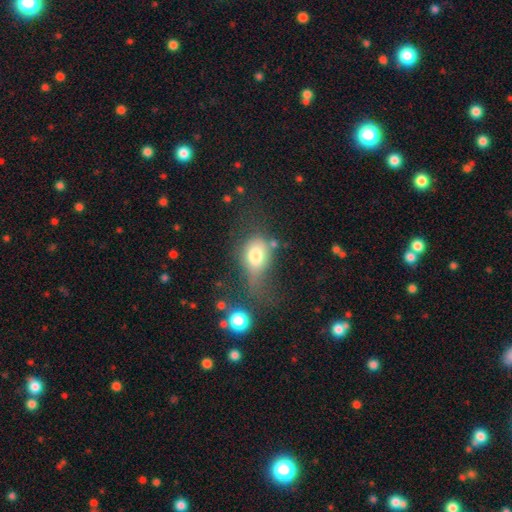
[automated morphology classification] Smooth or featured: smooth — 73% (featured or disk — 17%)
How rounded: in between — 70% (round — 28%)
Merging: major disturbance — 37% (none — 26%)